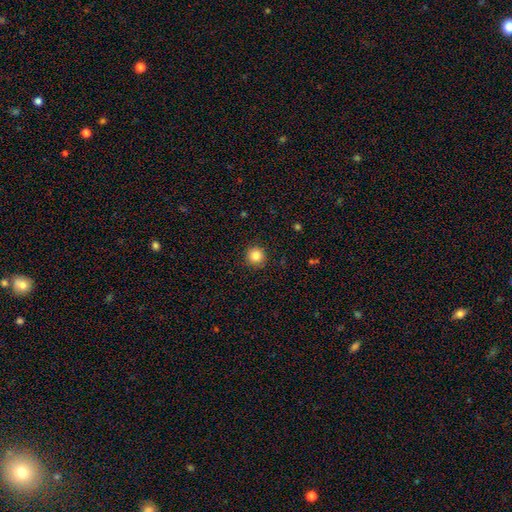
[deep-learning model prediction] Overall: smooth (85%). How rounded: round (94%). Merging: none (91%).